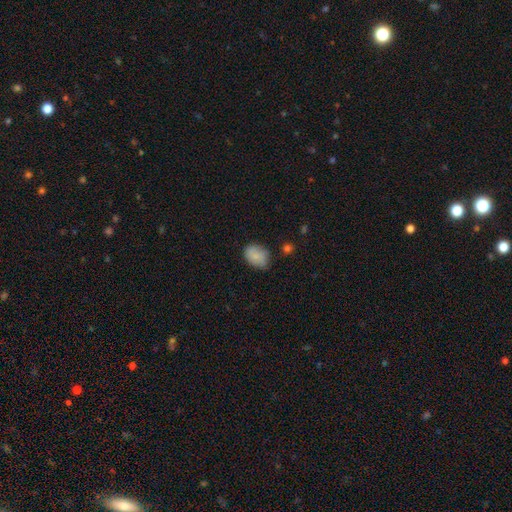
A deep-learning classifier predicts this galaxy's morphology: A smooth galaxy with no disk features (79%) that is in between round and cigar-shaped (73%). Merging: none (61%).